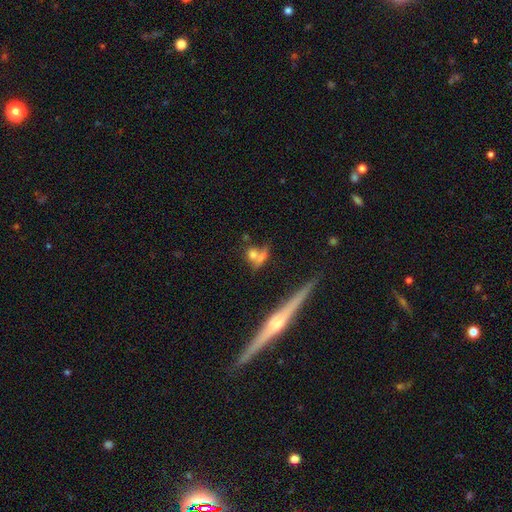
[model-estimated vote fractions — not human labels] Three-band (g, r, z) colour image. It shows a smooth galaxy with no disk features (64%) that is round (54%). Merging: none (42%).